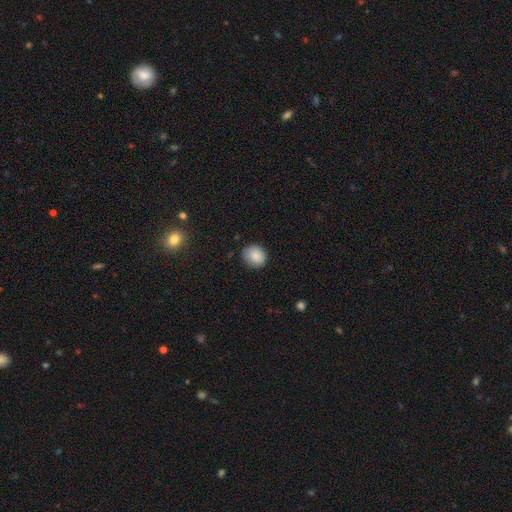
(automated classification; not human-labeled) The model was most divided on "how rounded": round: 78%, in between: 21%, cigar-shaped: 1%. More confident: smooth or featured — smooth (87%); merging — none (82%).